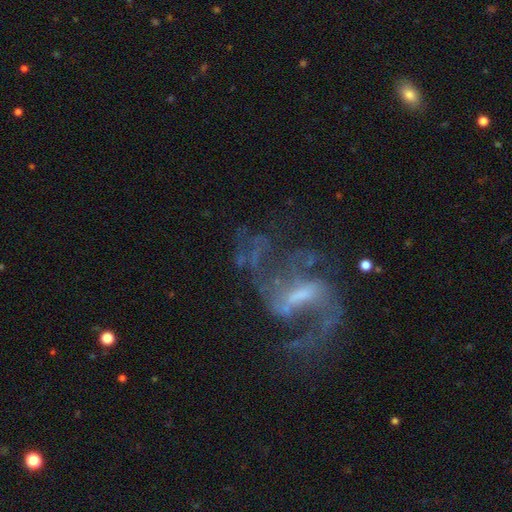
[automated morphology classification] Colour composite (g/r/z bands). It shows a featured or disk galaxy (85%) with a weak bar (48%), 2 (73%) loose (57%) spiral arms (91%) and a small central bulge (42%). Merging: none (51%).